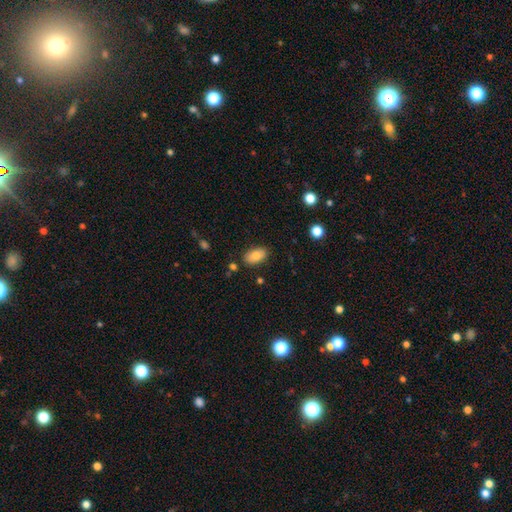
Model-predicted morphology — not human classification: A smooth galaxy with no disk features (82%) that is in between round and cigar-shaped (93%). Merging: none (84%).